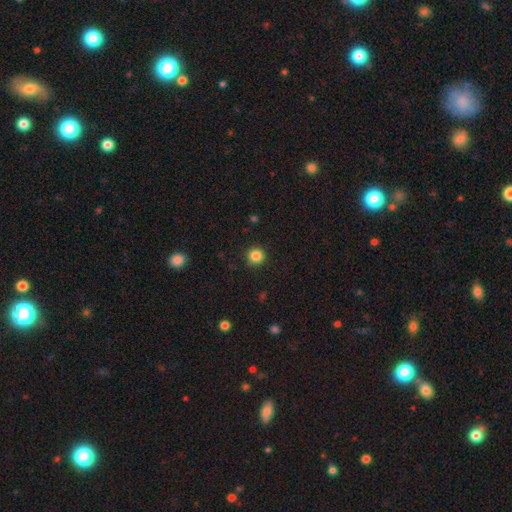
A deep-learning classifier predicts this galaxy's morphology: Smooth or featured? Predicted: smooth (p=0.85). How rounded? Predicted: round (p=0.93). Merging? Predicted: none (p=0.87).